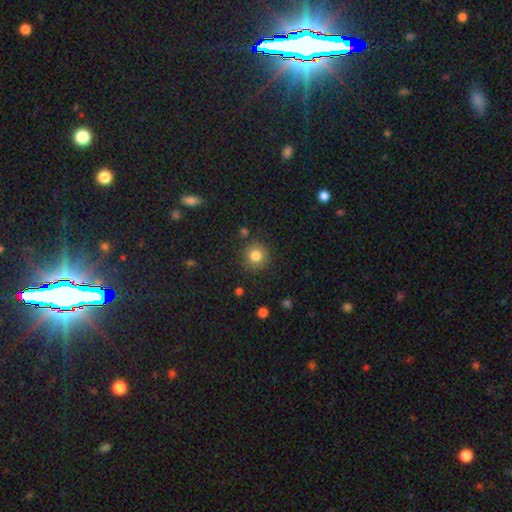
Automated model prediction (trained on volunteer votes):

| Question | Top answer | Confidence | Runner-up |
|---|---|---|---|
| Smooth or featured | smooth | 82% | star or artifact (11%) |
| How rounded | round | 92% | in between (7%) |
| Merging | none | 86% | minor disturbance (8%) |